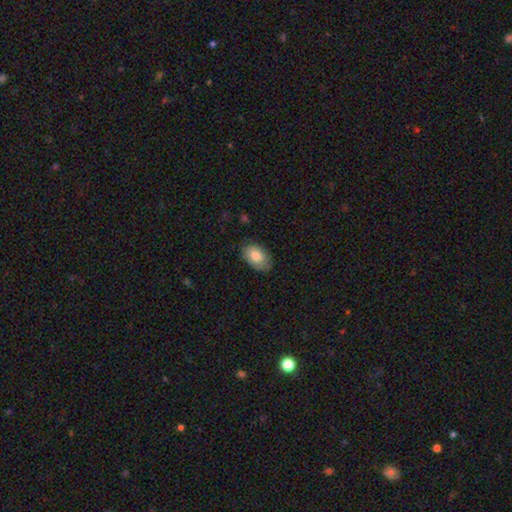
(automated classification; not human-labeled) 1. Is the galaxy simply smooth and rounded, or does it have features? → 83% smooth, 11% featured or disk, 7% star or artifact.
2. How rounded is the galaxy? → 90% in between, 9% round, 1% cigar-shaped.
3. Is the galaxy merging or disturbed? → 78% none, 17% minor disturbance, 3% major disturbance, 1% merger.